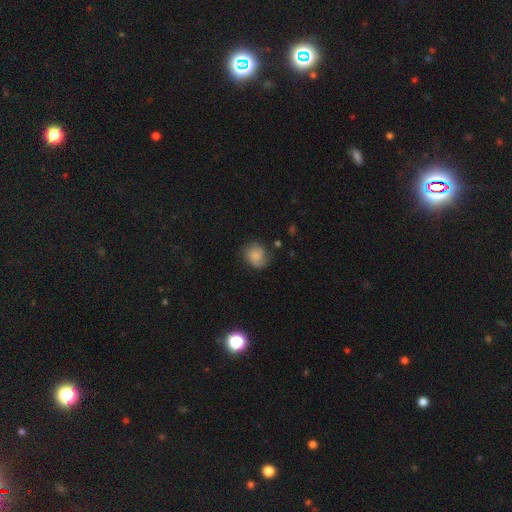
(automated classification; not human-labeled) Smooth or featured? Predicted: smooth (p=0.55). How rounded? Predicted: round (p=0.71). Merging? Predicted: none (p=0.70).